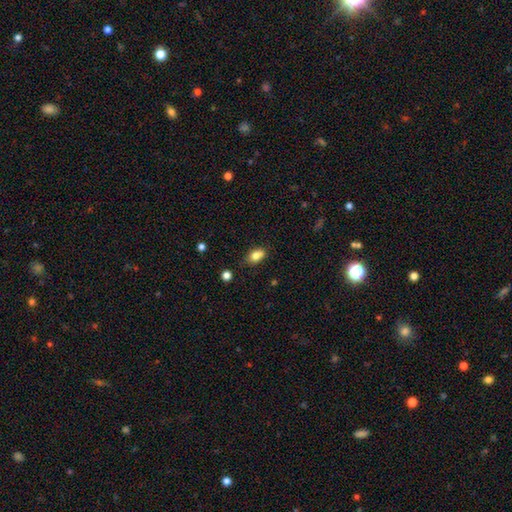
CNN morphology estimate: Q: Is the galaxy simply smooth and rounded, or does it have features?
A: smooth — 79%.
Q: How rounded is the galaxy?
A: in between — 78%.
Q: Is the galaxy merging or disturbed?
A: none — 62%.